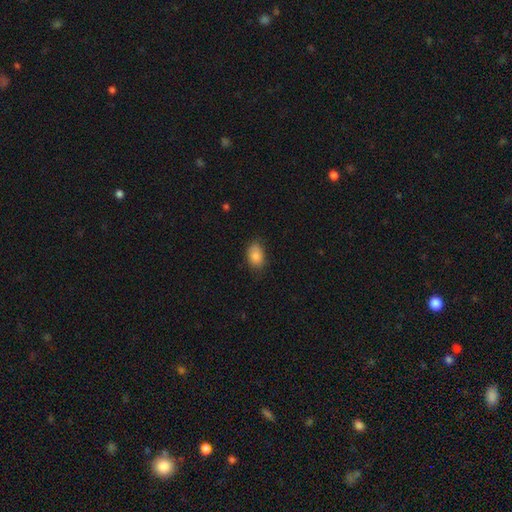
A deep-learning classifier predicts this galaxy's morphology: Smooth or featured?
  - smooth: 85% *
  - star or artifact: 8%
  - featured or disk: 7%
How rounded?
  - in between: 84% *
  - round: 15%
  - cigar-shaped: 1%
Merging?
  - none: 74% *
  - minor disturbance: 21%
  - major disturbance: 4%
  - merger: 1%